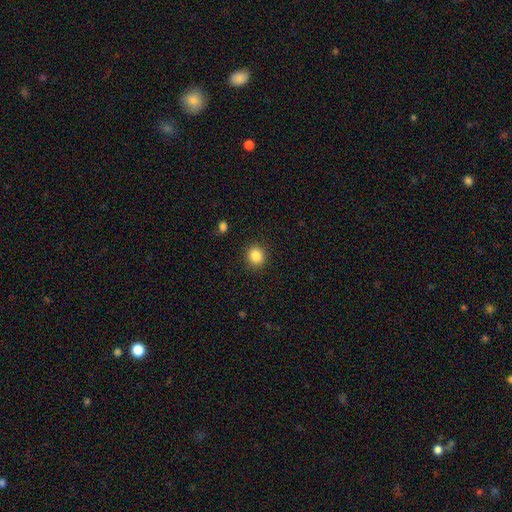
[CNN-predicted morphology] smooth 86%, star or artifact 10%, featured or disk 4%. Down the decision tree: how rounded — round (83%); merging — none (90%).